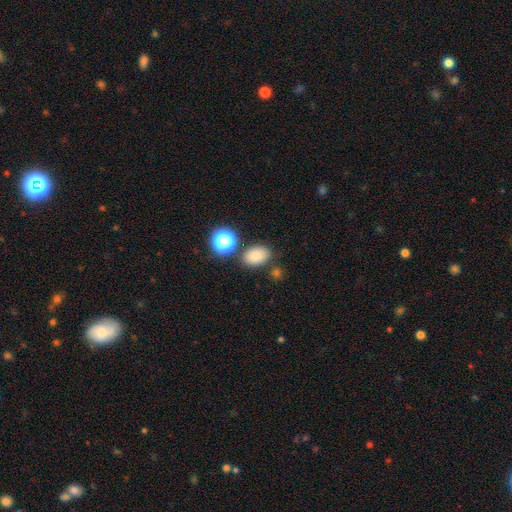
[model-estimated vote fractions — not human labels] This is clearly a smooth galaxy (80%). How rounded: likely in between (78%). Merging: likely none (78%).